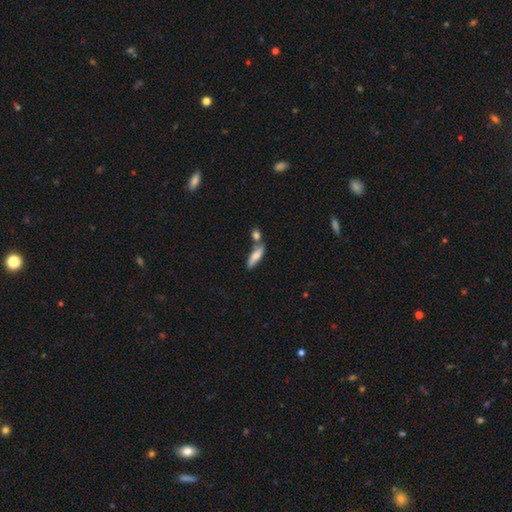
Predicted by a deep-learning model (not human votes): smooth-or-featured: smooth: 74% | featured or disk: 19% | star or artifact: 6%
  how-rounded: cigar-shaped: 53% | in between: 44% | round: 3%
  merging: none: 56% | merger: 24% | minor disturbance: 15% | major disturbance: 4%